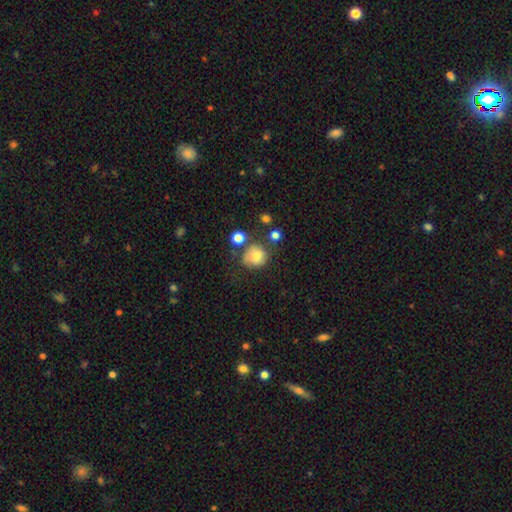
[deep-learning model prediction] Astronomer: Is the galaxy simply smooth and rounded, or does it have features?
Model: smooth — 73%.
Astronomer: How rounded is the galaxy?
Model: round — 80%.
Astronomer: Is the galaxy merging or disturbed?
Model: none — 58%.